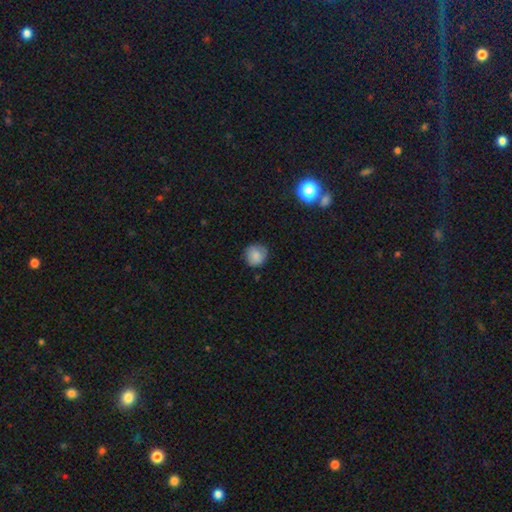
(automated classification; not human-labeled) The model was most divided on "merging": none: 80%, minor disturbance: 16%, major disturbance: 3%, merger: 1%. More confident: how rounded — round (91%); smooth or featured — smooth (83%).